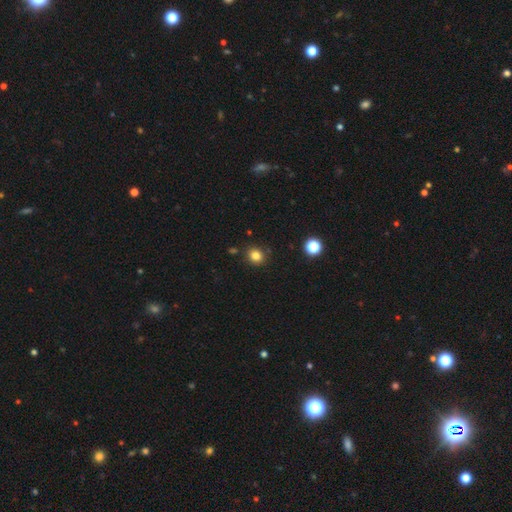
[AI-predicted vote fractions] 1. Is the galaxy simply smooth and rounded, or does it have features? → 82% smooth, 13% star or artifact, 5% featured or disk.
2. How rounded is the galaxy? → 80% round, 19% in between, 1% cigar-shaped.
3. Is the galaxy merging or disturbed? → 87% none, 8% minor disturbance, 3% merger, 2% major disturbance.